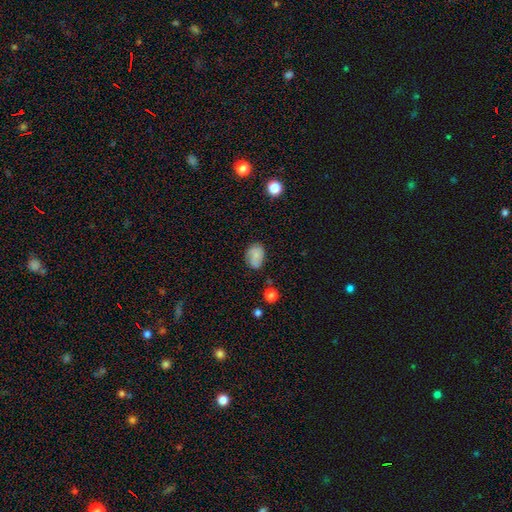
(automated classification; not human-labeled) smooth_or_featured: smooth (p=0.73) [alt: featured or disk p=0.17]
how_rounded: in between (p=0.75) [alt: round p=0.24]
merging: none (p=0.59) [alt: minor disturbance p=0.30]